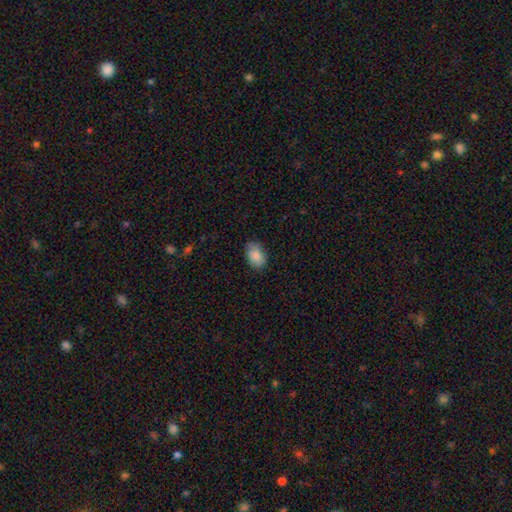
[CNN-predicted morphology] Overall: smooth (87%). How rounded: in between (87%). Merging: none (77%).